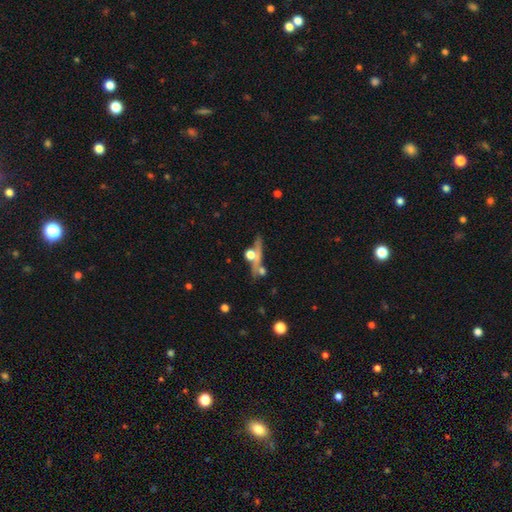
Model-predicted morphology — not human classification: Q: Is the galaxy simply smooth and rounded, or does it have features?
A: featured or disk — 54%.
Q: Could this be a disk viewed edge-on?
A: yes — 60%.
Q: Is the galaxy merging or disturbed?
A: none — 40%.